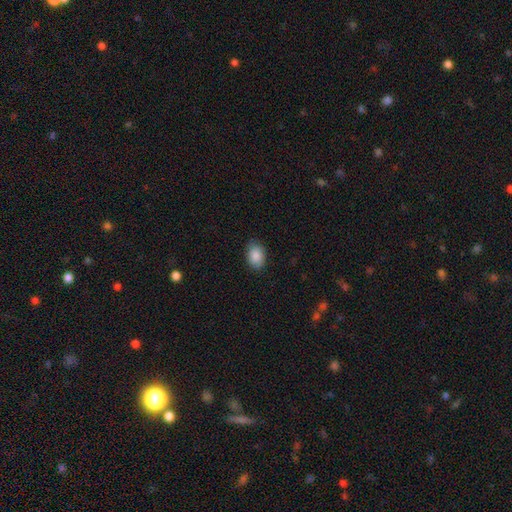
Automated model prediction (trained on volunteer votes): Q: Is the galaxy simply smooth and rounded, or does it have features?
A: smooth — 88%.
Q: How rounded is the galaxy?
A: in between — 82%.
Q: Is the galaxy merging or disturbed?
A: none — 82%.